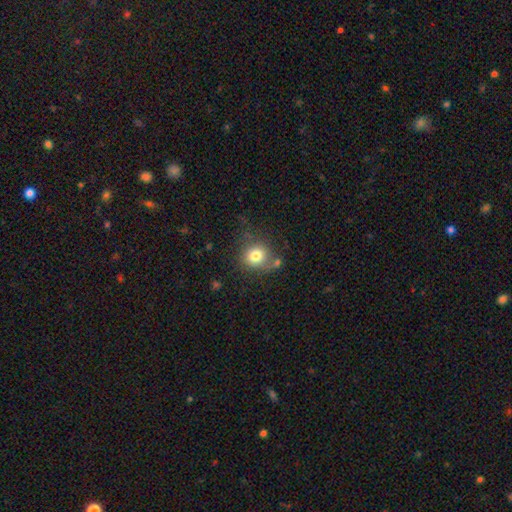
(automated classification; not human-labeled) This appears to be a smooth galaxy with no disk features (78%) that is round (80%). Merging: none (59%).